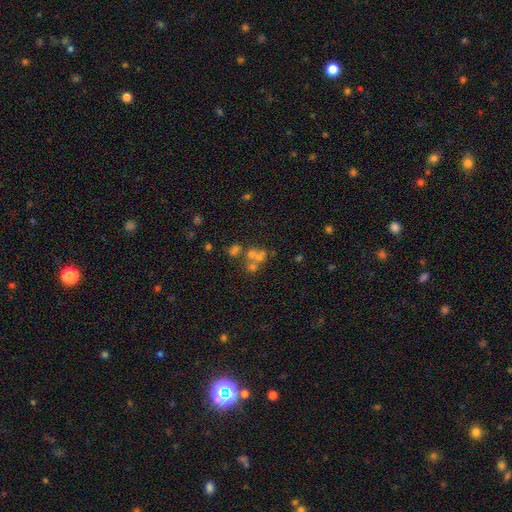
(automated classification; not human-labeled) Q: Smooth or featured?
A: smooth (47%); runner-up: featured or disk (28%)
Q: Merging?
A: merger (52%); runner-up: none (32%)